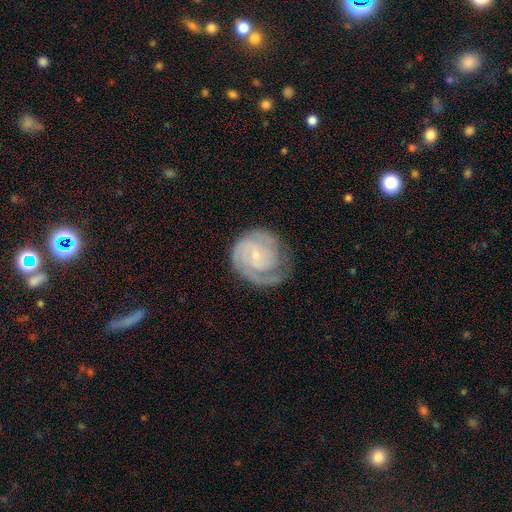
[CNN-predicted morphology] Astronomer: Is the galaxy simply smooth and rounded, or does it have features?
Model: featured or disk — 84%.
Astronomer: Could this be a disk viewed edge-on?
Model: no — 98%.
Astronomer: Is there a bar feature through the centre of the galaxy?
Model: no — 54% (runner-up: weak, 38%).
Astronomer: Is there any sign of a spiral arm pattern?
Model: yes — 97%.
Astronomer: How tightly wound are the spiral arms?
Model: tight — 69%.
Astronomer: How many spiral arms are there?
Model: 2 — 38% (runner-up: can't tell, 22%).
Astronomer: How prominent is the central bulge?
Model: small — 80%.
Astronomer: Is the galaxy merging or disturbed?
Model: none — 67%.